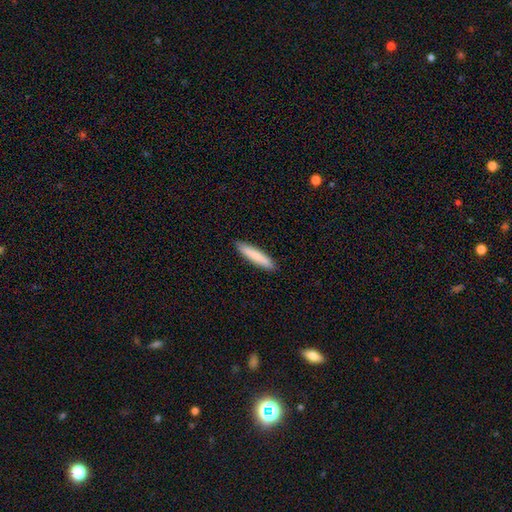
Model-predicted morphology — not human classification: A smooth galaxy with no disk features (84%) that is cigar-shaped (89%). Merging: none (91%).